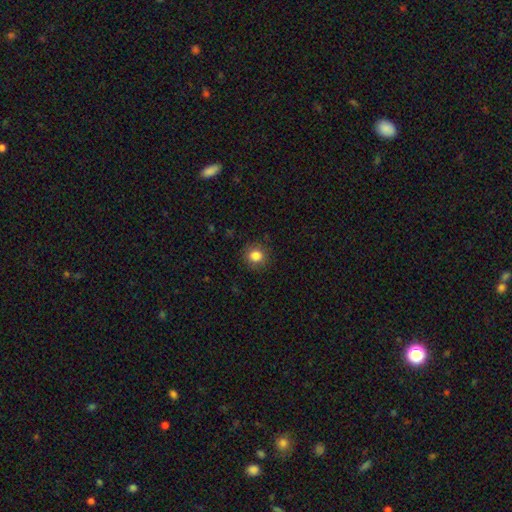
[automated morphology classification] This is clearly a smooth galaxy (85%). How rounded: clearly round (90%). Merging: clearly none (89%).